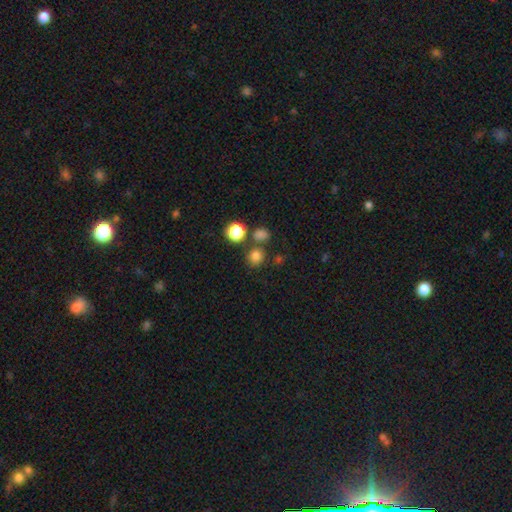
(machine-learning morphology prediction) This is likely a smooth galaxy (79%). How rounded: clearly round (87%). Merging: likely none (74%).